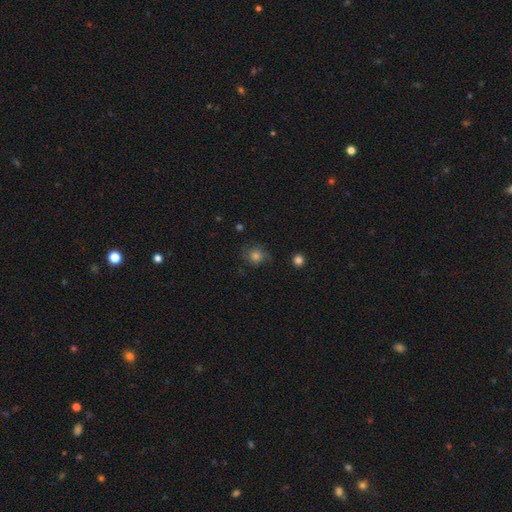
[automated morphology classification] Overall: smooth (65%). How rounded: round (78%). Merging: none (66%).